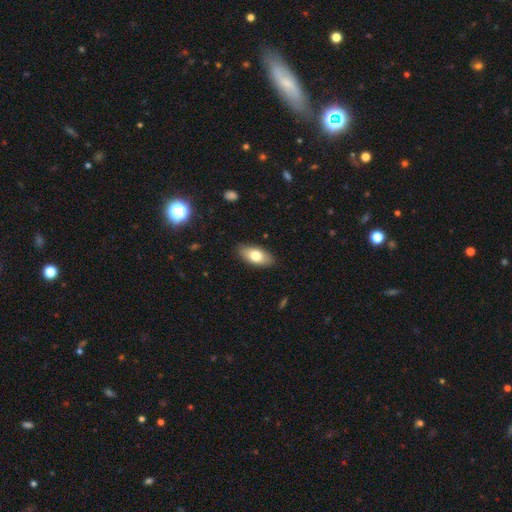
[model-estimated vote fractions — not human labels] Morphology: type=smooth (76%); roundness=in between (89%); merging=none (87%).